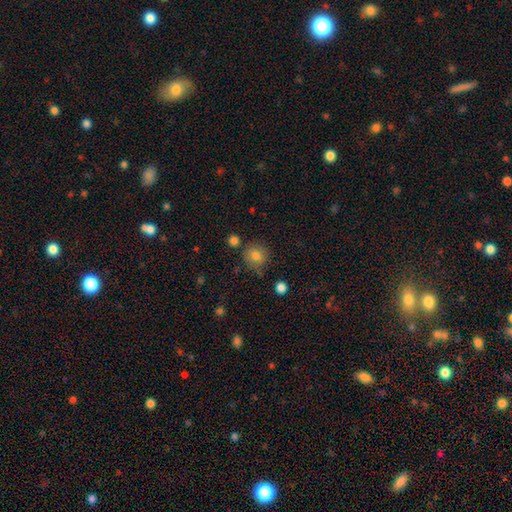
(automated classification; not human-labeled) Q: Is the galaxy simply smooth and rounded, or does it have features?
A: smooth — 80%.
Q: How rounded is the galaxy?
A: round — 87%.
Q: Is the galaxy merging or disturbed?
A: none — 77%.